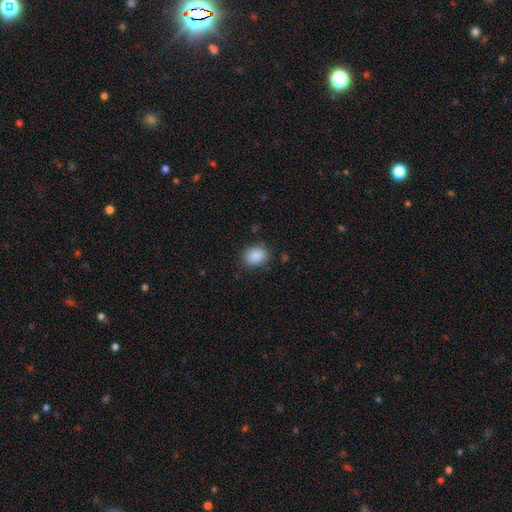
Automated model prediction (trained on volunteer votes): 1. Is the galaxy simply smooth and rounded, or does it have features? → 88% smooth, 8% star or artifact, 4% featured or disk.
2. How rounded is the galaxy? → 62% in between, 37% round, 1% cigar-shaped.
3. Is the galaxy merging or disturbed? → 83% none, 12% minor disturbance, 3% major disturbance, 1% merger.